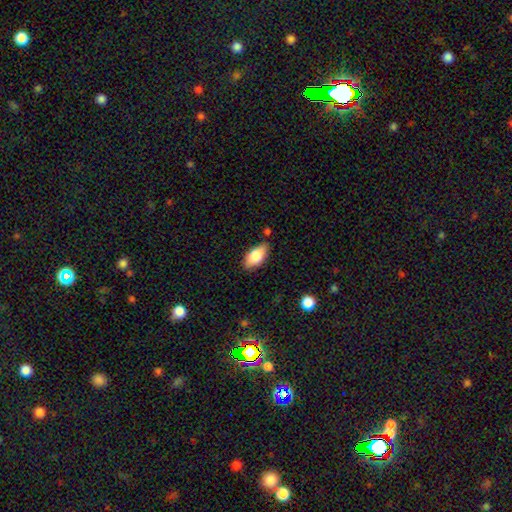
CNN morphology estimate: type=smooth (82%); roundness=in between (91%); merging=none (78%).